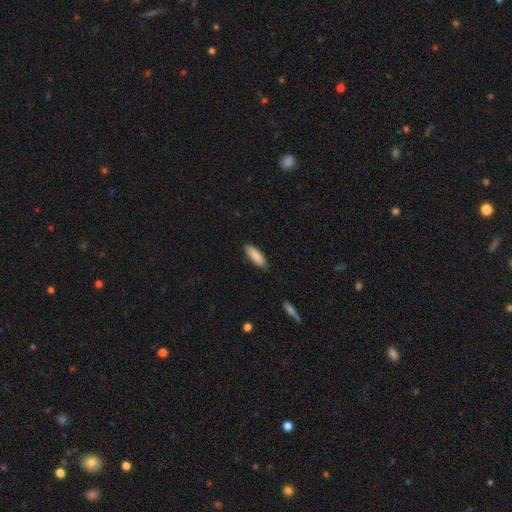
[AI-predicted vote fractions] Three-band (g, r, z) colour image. It shows a smooth galaxy with no disk features (88%) that is in between round and cigar-shaped (55%). Merging: none (84%).